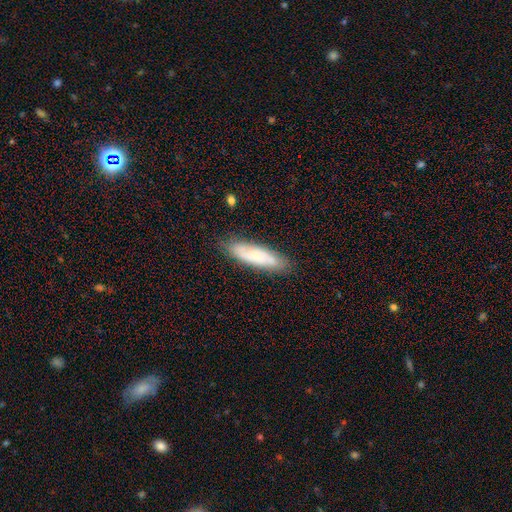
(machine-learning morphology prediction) This is possibly a smooth galaxy (56%). How rounded: likely cigar-shaped (64%). Merging: clearly none (83%).